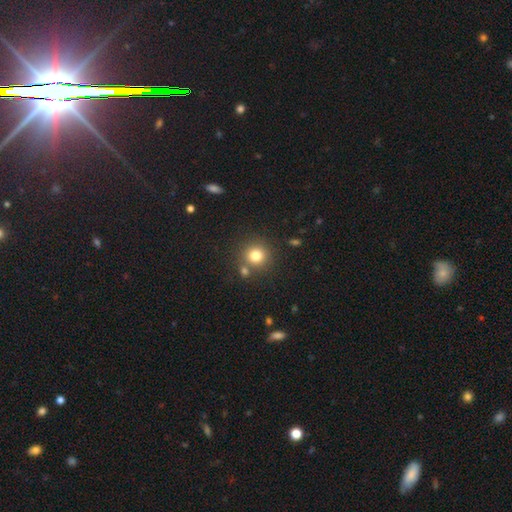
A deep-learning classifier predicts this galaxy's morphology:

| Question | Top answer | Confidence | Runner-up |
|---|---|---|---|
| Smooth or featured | smooth | 79% | star or artifact (13%) |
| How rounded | round | 92% | in between (7%) |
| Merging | none | 77% | merger (13%) |